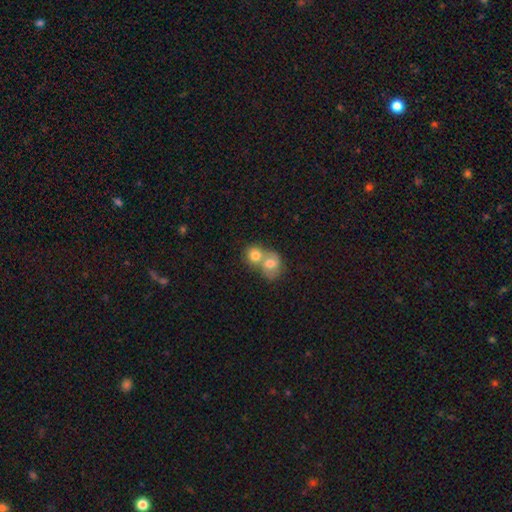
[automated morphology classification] This appears to be a smooth galaxy with no disk features (76%) that is round (75%). Merging: merger (66%).